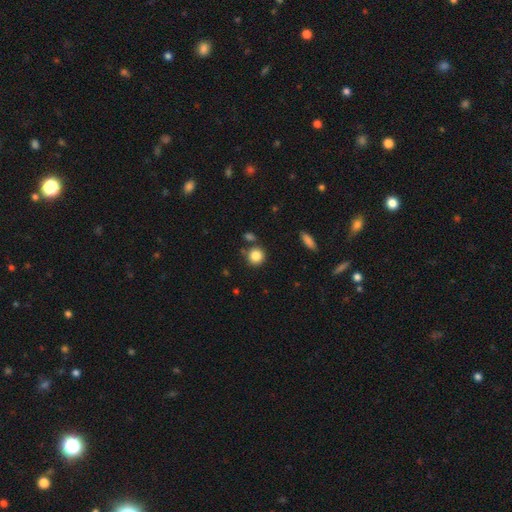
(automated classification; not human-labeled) A smooth galaxy with no disk features (85%) that is round (90%).

Vote fractions:
- Smooth or featured? smooth: 85% / star or artifact: 10% / featured or disk: 5%
- How rounded? round: 90% / in between: 9% / cigar-shaped: 1%
- Merging? none: 78% / minor disturbance: 10% / merger: 9% / major disturbance: 3%